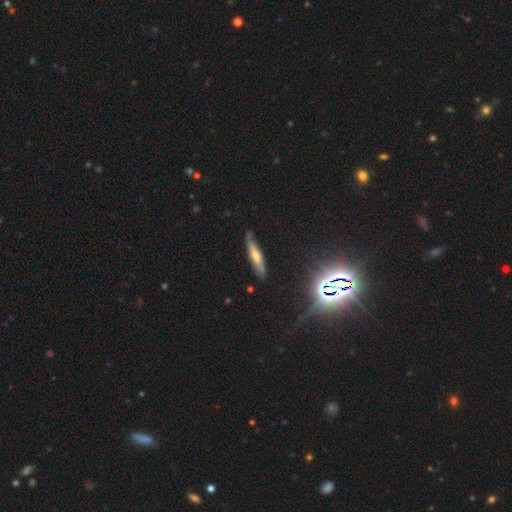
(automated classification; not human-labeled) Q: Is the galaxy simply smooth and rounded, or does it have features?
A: smooth — 43%, tied with featured or disk.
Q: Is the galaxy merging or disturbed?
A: none — 81%.